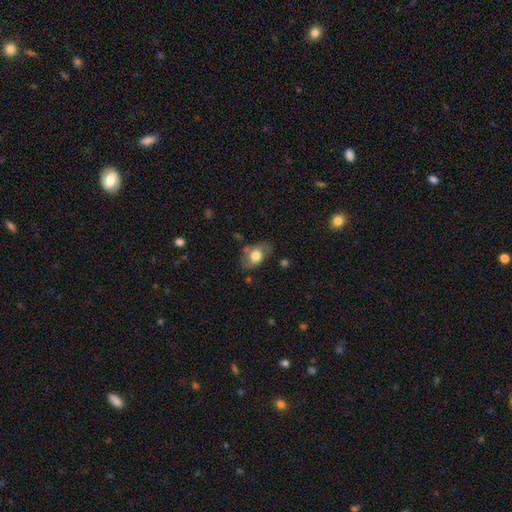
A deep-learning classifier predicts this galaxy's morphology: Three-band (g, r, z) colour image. It shows a smooth galaxy with no disk features (59%) that is in between round and cigar-shaped (83%). Merging: none (64%).